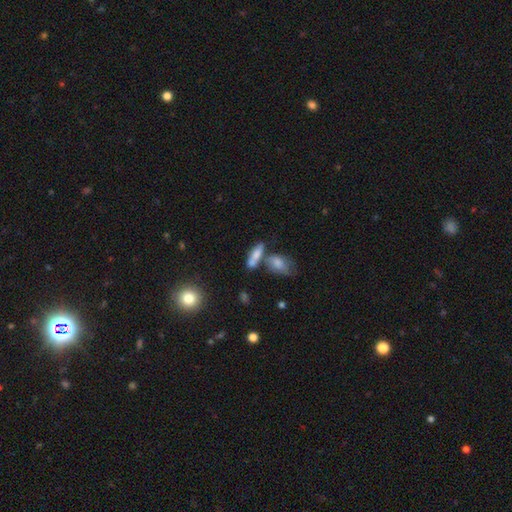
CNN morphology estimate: smooth 69%, featured or disk 21%, star or artifact 9%. Down the decision tree: how rounded — in between (55%); merging — none (45%).